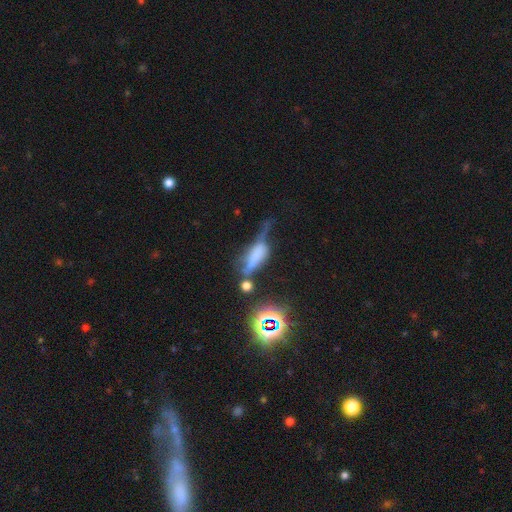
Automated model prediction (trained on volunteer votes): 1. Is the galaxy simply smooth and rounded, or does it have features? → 42% featured or disk, 41% smooth, 17% star or artifact.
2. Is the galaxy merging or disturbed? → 33% major disturbance, 26% none, 26% minor disturbance, 14% merger.